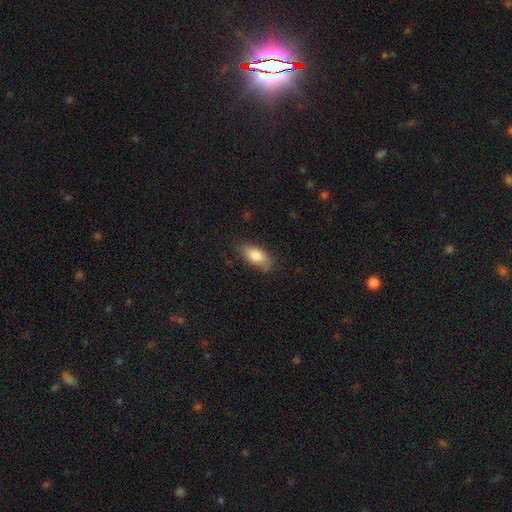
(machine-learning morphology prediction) Overall: smooth (80%). How rounded: in between (86%). Merging: none (78%).